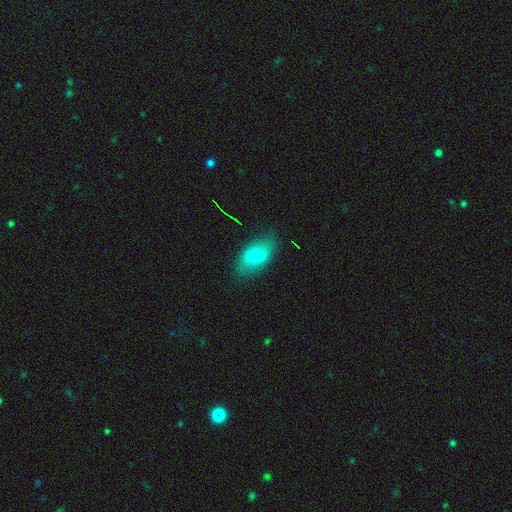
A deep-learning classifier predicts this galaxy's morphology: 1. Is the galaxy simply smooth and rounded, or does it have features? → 63% smooth, 29% featured or disk, 9% star or artifact.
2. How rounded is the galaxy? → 91% in between, 6% round, 3% cigar-shaped.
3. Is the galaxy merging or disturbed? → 81% none, 14% minor disturbance, 4% major disturbance, 1% merger.